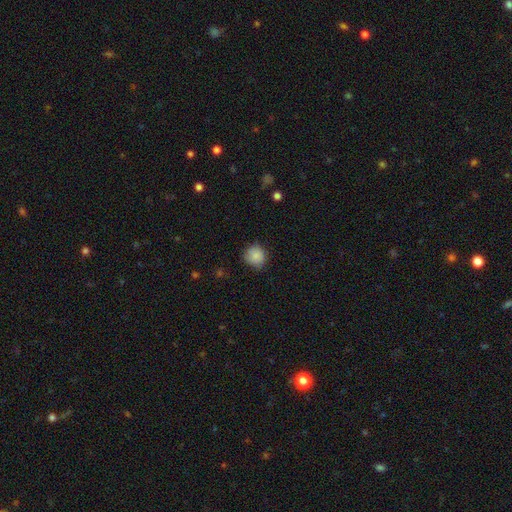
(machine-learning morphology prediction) Q: Smooth or featured?
A: smooth (86%); runner-up: star or artifact (9%)
Q: How rounded?
A: round (88%); runner-up: in between (11%)
Q: Merging?
A: none (77%); runner-up: minor disturbance (18%)